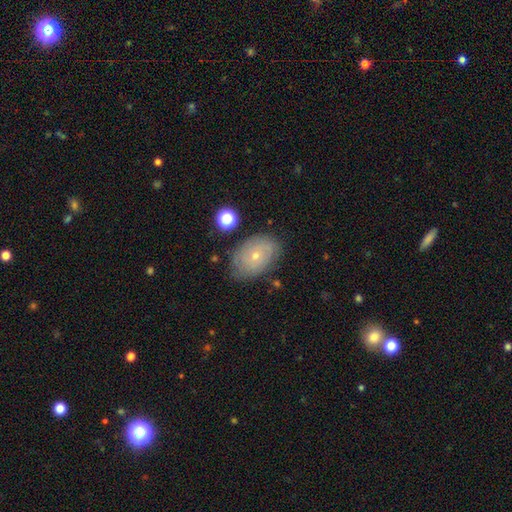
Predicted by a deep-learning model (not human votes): Morphology: type=featured or disk (46%); merging=none (75%).